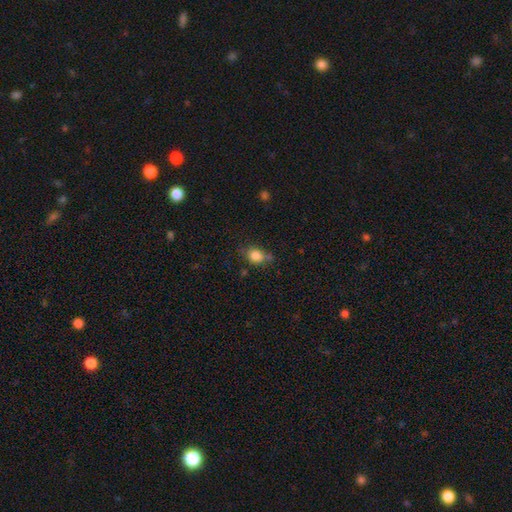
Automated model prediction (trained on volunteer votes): A smooth galaxy with no disk features (81%) that is round (50%).

Vote fractions:
- Smooth or featured? smooth: 81% / star or artifact: 10% / featured or disk: 9%
- How rounded? round: 50% / in between: 48% / cigar-shaped: 2%
- Merging? none: 56% / minor disturbance: 29% / major disturbance: 9% / merger: 7%